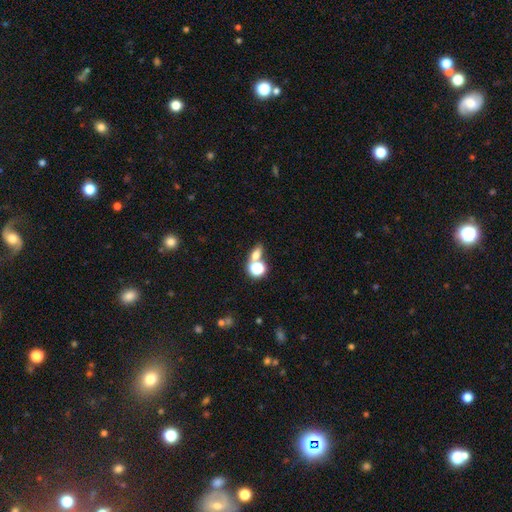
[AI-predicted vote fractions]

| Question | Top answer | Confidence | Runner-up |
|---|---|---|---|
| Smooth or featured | smooth | 66% | star or artifact (22%) |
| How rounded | in between | 58% | round (37%) |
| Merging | none | 45% | merger (40%) |